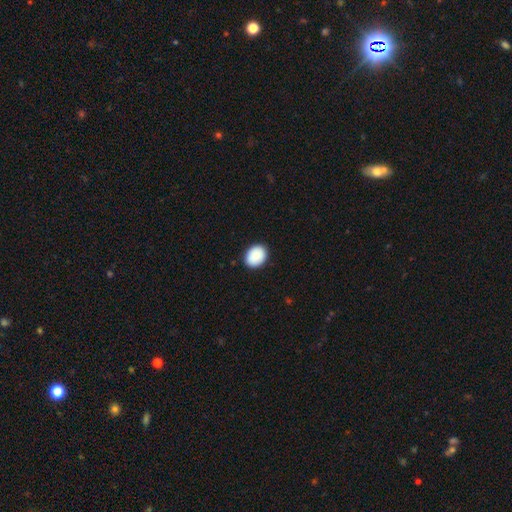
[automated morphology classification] Smooth or featured? smooth (89%)
How rounded? in between (50%)
Merging? none (89%)